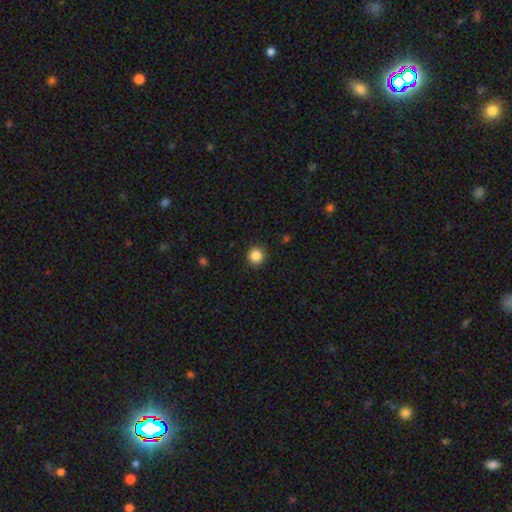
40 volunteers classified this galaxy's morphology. Smooth or featured: smooth — 85% (star or artifact — 10%)
How rounded: round — 97% (in between — 3%)
Merging: none — 94% (minor disturbance — 3%)